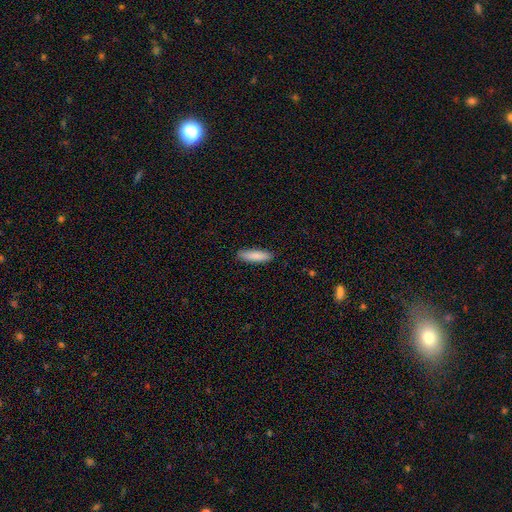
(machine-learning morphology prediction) This appears to be a smooth galaxy with no disk features (87%) that is cigar-shaped (62%). Merging: none (89%).